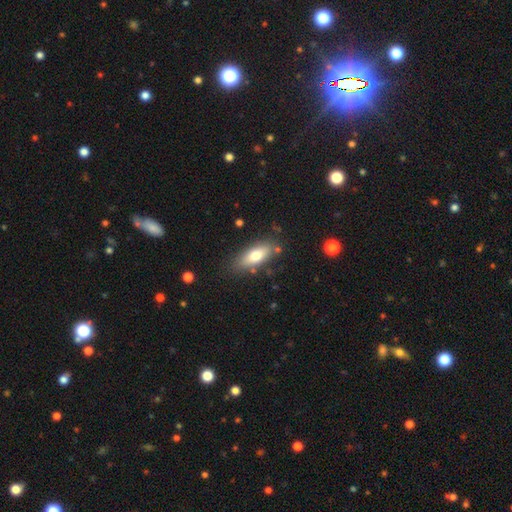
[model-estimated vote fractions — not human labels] Smooth or featured? smooth (73%)
How rounded? in between (75%)
Merging? none (81%)